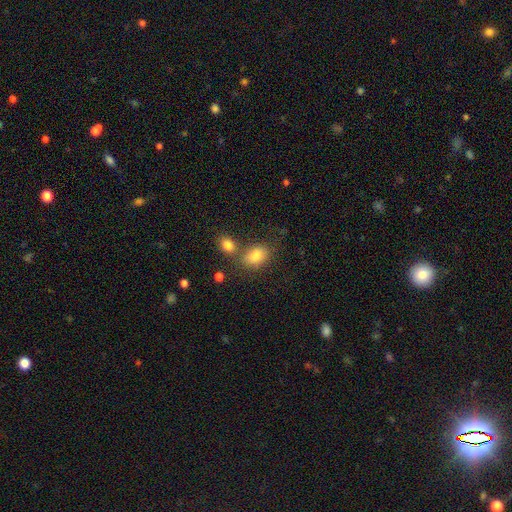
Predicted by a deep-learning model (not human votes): smooth 82%, star or artifact 10%, featured or disk 9%. Down the decision tree: how rounded — in between (76%); merging — none (59%).